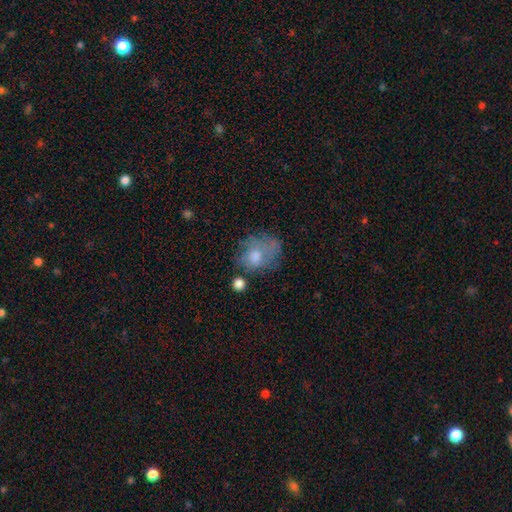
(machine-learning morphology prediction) Smooth or featured?
  - smooth: 57% *
  - featured or disk: 32%
  - star or artifact: 11%
How rounded?
  - in between: 52% *
  - round: 47%
  - cigar-shaped: 1%
Merging?
  - none: 46% *
  - minor disturbance: 27%
  - major disturbance: 21%
  - merger: 7%